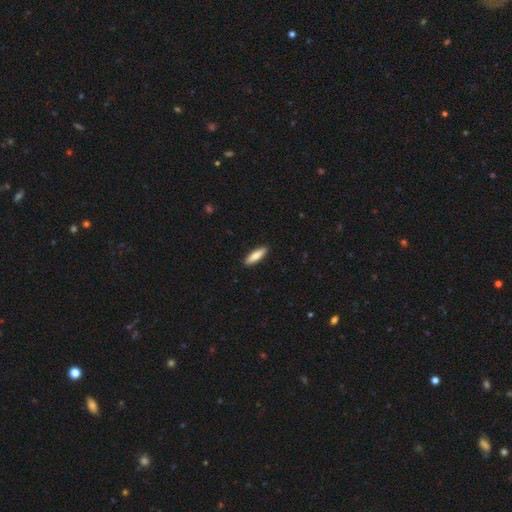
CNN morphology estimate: smooth 80%, featured or disk 14%, star or artifact 5%. Down the decision tree: how rounded — cigar-shaped (64%); merging — none (91%).